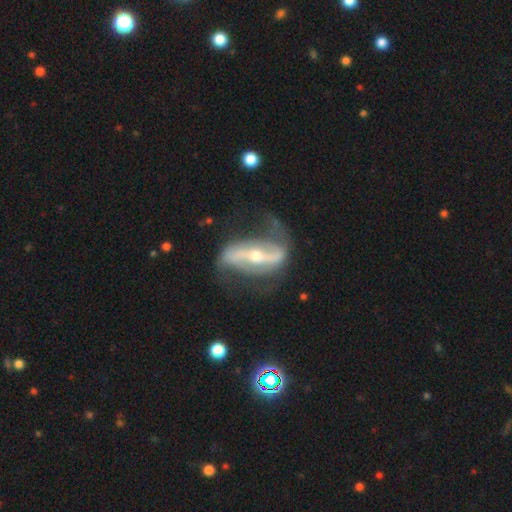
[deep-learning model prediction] smooth_or_featured: featured or disk (p=0.87) [alt: smooth p=0.07]
disk_edge_on: no (p=0.91) [alt: yes p=0.09]
bar: strong (p=0.67) [alt: weak p=0.19]
has_spiral_arms: yes (p=0.91) [alt: no p=0.09]
spiral_winding: loose (p=0.62) [alt: medium p=0.28]
spiral_arm_count: 2 (p=0.90) [alt: can't tell p=0.04]
bulge_size: small (p=0.52) [alt: moderate p=0.44]
merging: none (p=0.58) [alt: minor disturbance p=0.21]